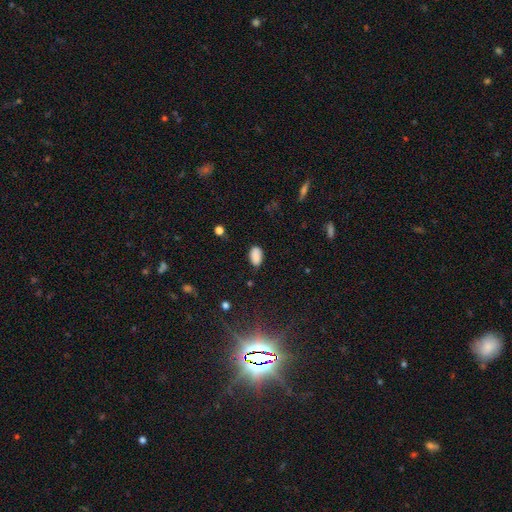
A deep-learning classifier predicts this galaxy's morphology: Q: Smooth or featured?
A: smooth (86%); runner-up: star or artifact (9%)
Q: How rounded?
A: in between (93%); runner-up: round (6%)
Q: Merging?
A: none (76%); runner-up: minor disturbance (19%)